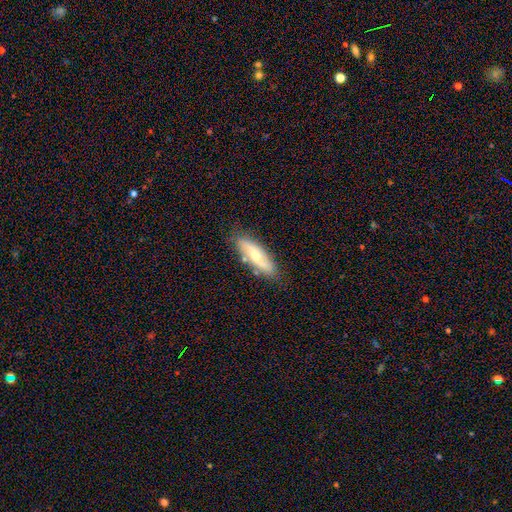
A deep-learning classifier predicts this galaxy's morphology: featured or disk 48%, smooth 46%, star or artifact 6%. Down the decision tree: merging — none (80%).